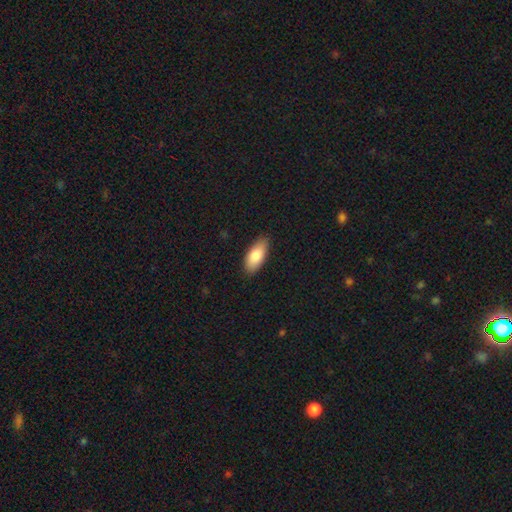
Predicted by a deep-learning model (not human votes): The model was most divided on "smooth or featured": smooth: 83%, featured or disk: 11%, star or artifact: 6%. More confident: merging — none (86%); how rounded — in between (86%).